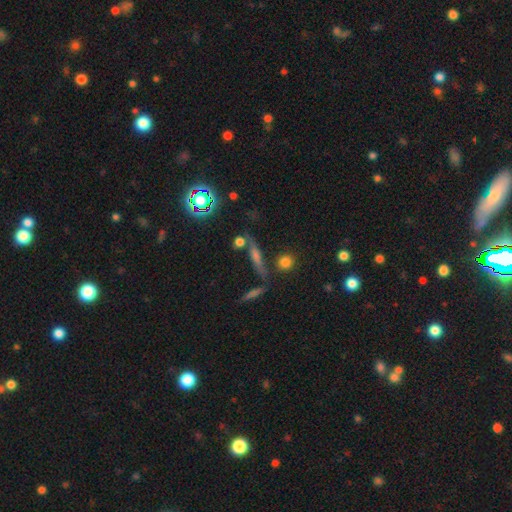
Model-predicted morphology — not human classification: Smooth or featured? featured or disk (42%)
Merging? none (73%)